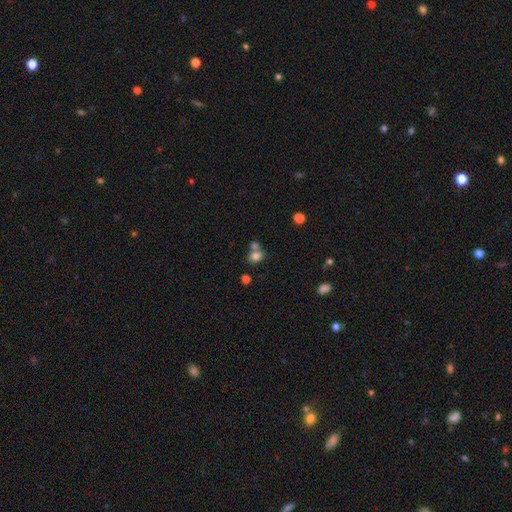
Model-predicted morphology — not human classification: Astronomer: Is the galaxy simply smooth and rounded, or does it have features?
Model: smooth — 79%.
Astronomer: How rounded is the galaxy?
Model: round — 52% (runner-up: in between, 47%).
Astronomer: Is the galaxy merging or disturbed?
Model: none — 47% (runner-up: merger, 39%).